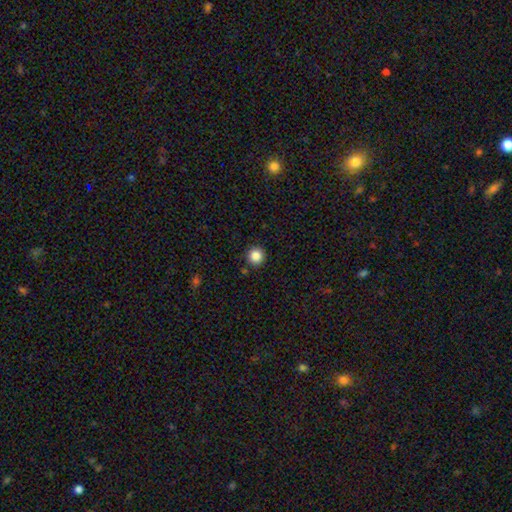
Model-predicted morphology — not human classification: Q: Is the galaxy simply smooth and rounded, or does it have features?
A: smooth — 86%.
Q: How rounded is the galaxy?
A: round — 95%.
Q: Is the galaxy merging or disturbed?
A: none — 90%.